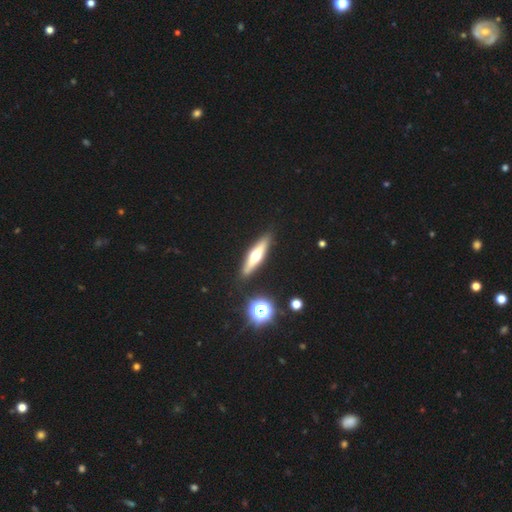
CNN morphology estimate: Smooth or featured?
  - featured or disk: 54% *
  - smooth: 39%
  - star or artifact: 7%
Edge-on disk?
  - yes: 91% *
  - no: 9%
Merging?
  - none: 88% *
  - minor disturbance: 7%
  - merger: 2%
  - major disturbance: 2%